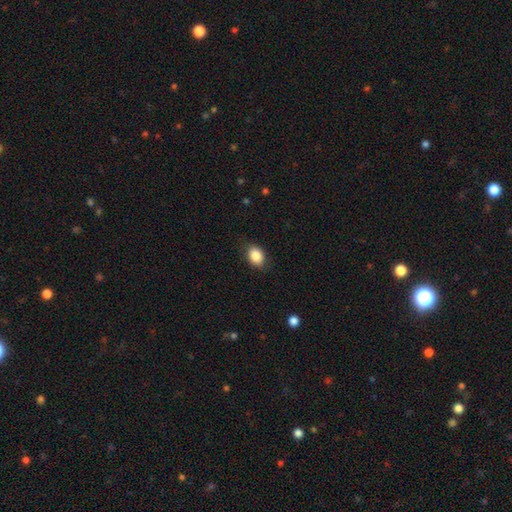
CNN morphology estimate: smooth_or_featured: smooth (p=0.86) [alt: star or artifact p=0.08]
how_rounded: in between (p=0.72) [alt: round p=0.26]
merging: none (p=0.83) [alt: minor disturbance p=0.13]